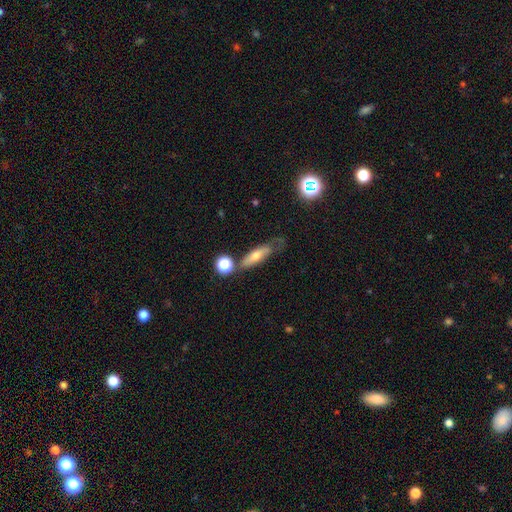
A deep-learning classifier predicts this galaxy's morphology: Smooth or featured? smooth (53%)
How rounded? cigar-shaped (55%)
Merging? none (54%)